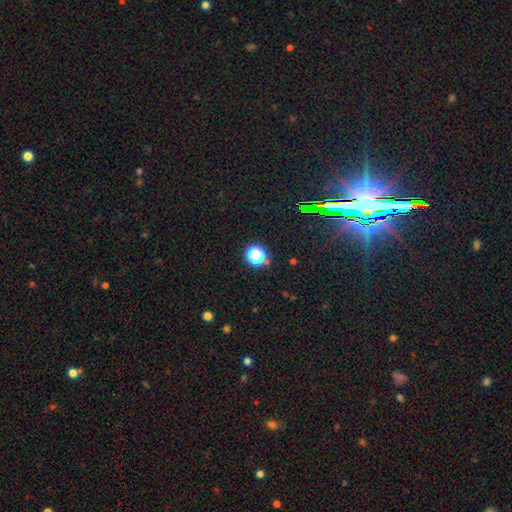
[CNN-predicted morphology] A smooth galaxy with no disk features (53%) that is round (87%). Merging: none (77%).